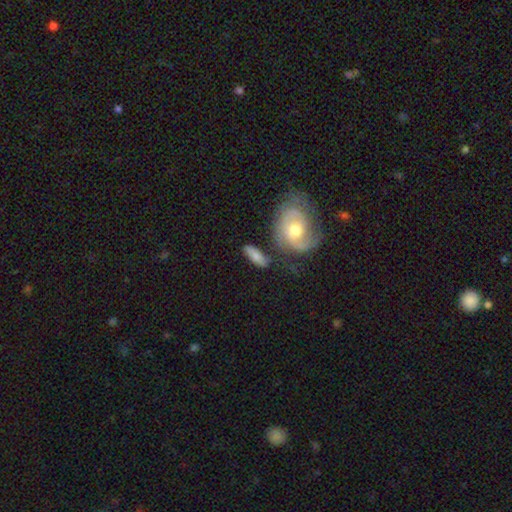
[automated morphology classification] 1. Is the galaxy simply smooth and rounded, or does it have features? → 60% smooth, 33% featured or disk, 8% star or artifact.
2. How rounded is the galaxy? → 68% in between, 26% cigar-shaped, 6% round.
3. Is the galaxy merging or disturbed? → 60% none, 18% minor disturbance, 14% merger, 8% major disturbance.